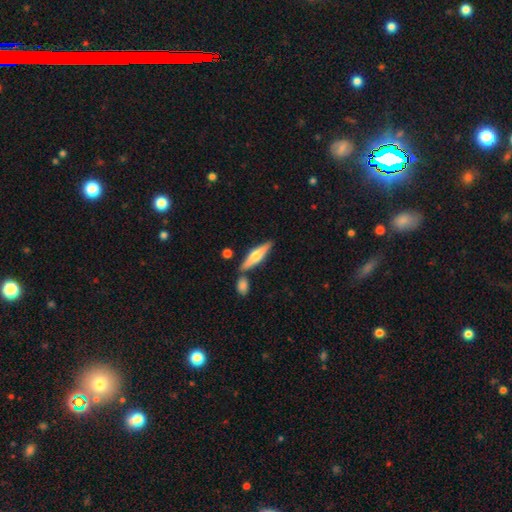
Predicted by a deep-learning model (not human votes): The model was most divided on "smooth or featured": featured or disk: 52%, smooth: 42%, star or artifact: 6%. More confident: edge-on disk — yes (95%); merging — none (76%).